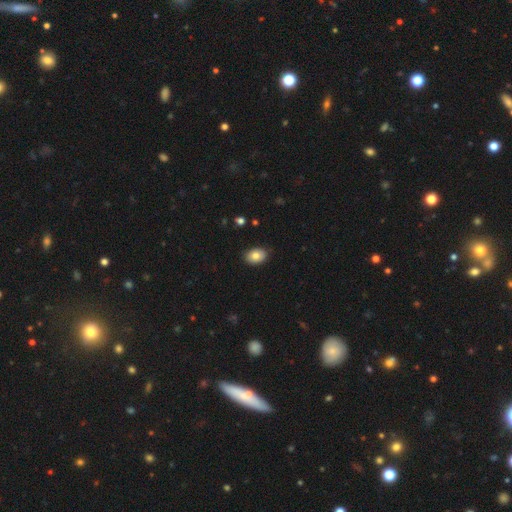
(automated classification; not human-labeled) Q: Smooth or featured?
A: smooth (82%); runner-up: featured or disk (10%)
Q: How rounded?
A: in between (80%); runner-up: round (19%)
Q: Merging?
A: none (87%); runner-up: minor disturbance (10%)